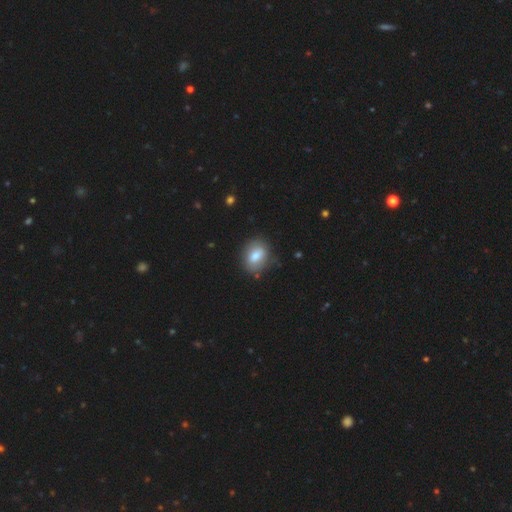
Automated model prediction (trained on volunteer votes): Smooth or featured? Predicted: smooth (p=0.73). How rounded? Predicted: in between (p=0.68). Merging? Predicted: none (p=0.80).